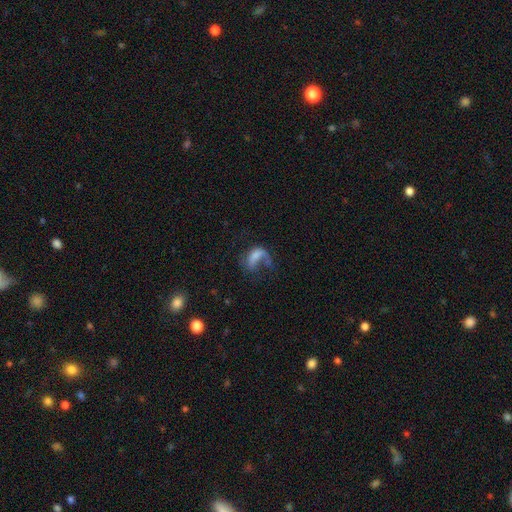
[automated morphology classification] This appears to be a featured or disk galaxy (47%). Merging: major disturbance (53%).